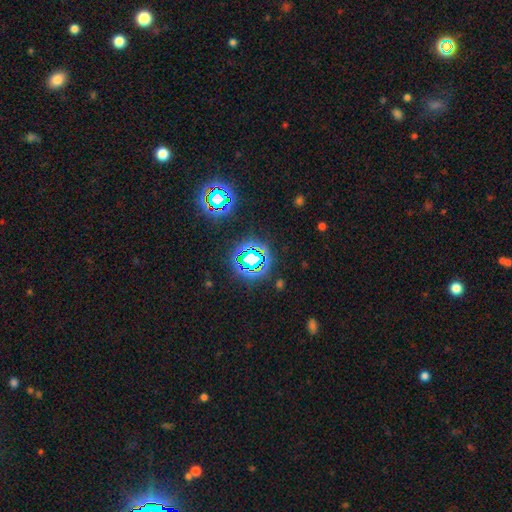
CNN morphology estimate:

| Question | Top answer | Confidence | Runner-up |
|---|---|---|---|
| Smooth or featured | star or artifact | 76% | smooth (16%) |